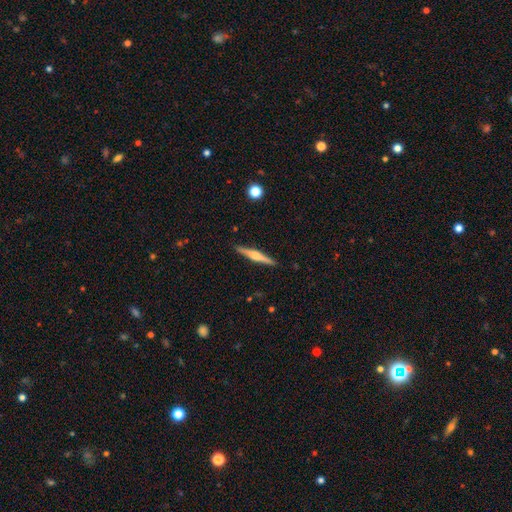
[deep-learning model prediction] Morphology: type=featured or disk (67%); edge-on=yes (98%); edge-on bulge=rounded (79%); merging=none (91%).